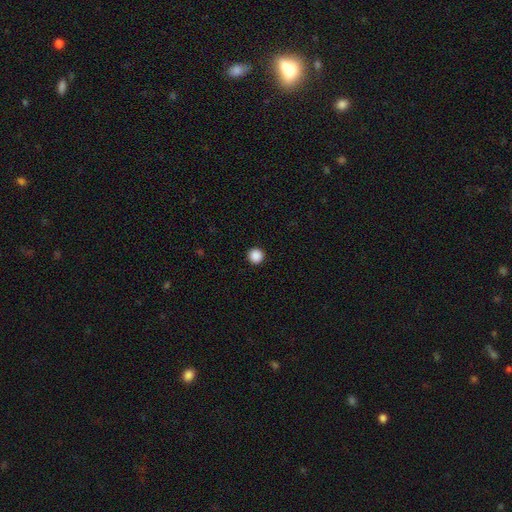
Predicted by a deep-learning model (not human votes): Smooth or featured: smooth — 88% (star or artifact — 10%)
How rounded: round — 96% (in between — 3%)
Merging: none — 94% (minor disturbance — 4%)